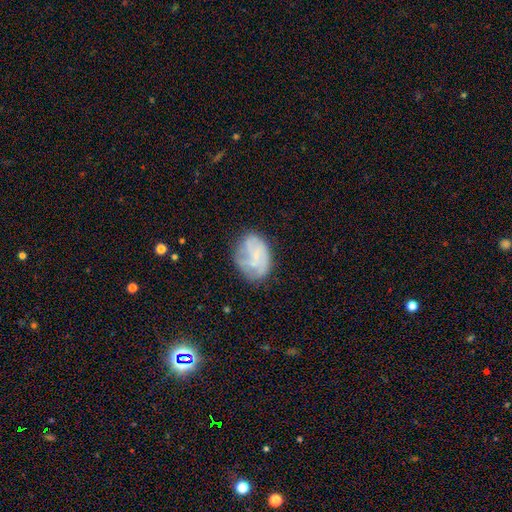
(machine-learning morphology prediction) smooth_or_featured: featured or disk (p=0.53) [alt: smooth p=0.38]
disk_edge_on: no (p=0.98) [alt: yes p=0.02]
bar: no (p=0.67) [alt: weak p=0.27]
has_spiral_arms: yes (p=0.68) [alt: no p=0.32]
bulge_size: none (p=0.44) [alt: small p=0.42]
merging: none (p=0.61) [alt: minor disturbance p=0.24]